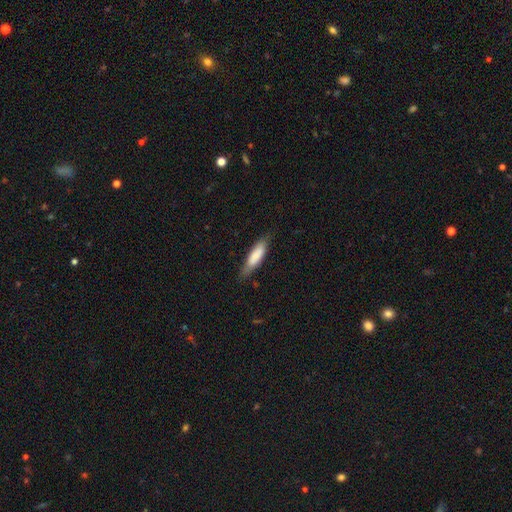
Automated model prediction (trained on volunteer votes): Smooth or featured? Predicted: smooth (p=0.75). How rounded? Predicted: cigar-shaped (p=0.61). Merging? Predicted: none (p=0.74).